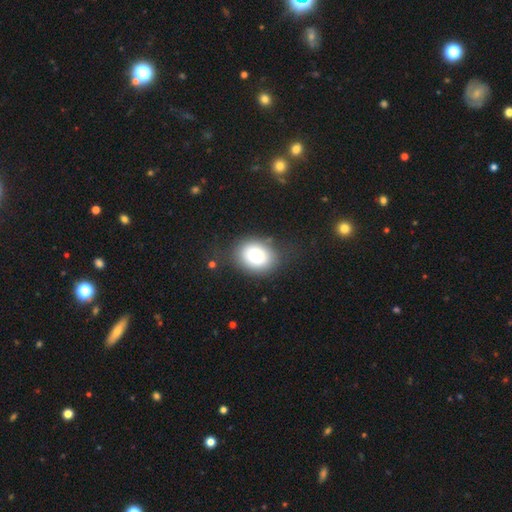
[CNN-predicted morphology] smooth_or_featured: smooth (p=0.84) [alt: star or artifact p=0.08]
how_rounded: in between (p=0.63) [alt: round p=0.36]
merging: none (p=0.74) [alt: minor disturbance p=0.16]